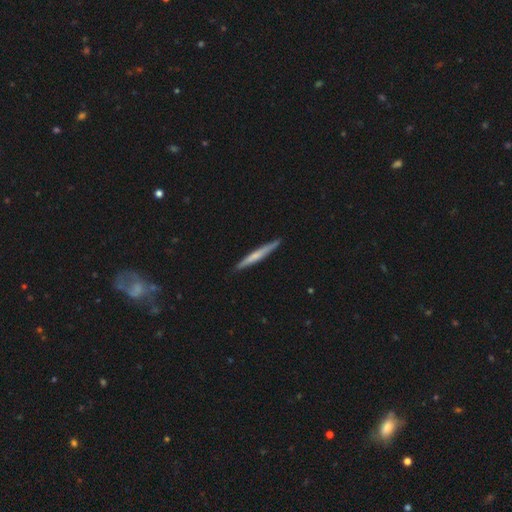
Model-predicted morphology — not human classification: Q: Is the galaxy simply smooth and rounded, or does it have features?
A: smooth — 51%.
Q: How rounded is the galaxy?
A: cigar-shaped — 96%.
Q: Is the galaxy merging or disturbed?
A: none — 90%.